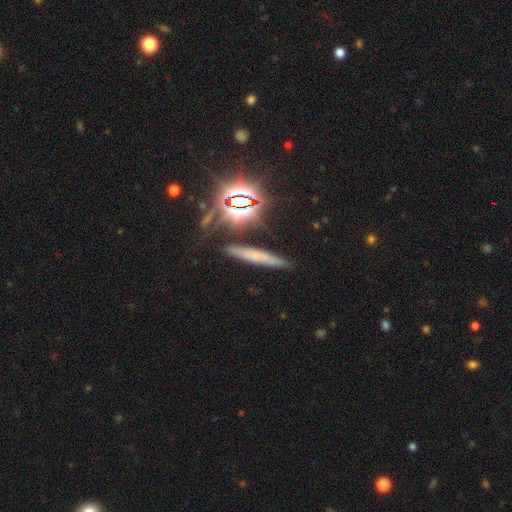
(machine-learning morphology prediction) This is possibly a smooth galaxy (46%). Merging: clearly none (84%).